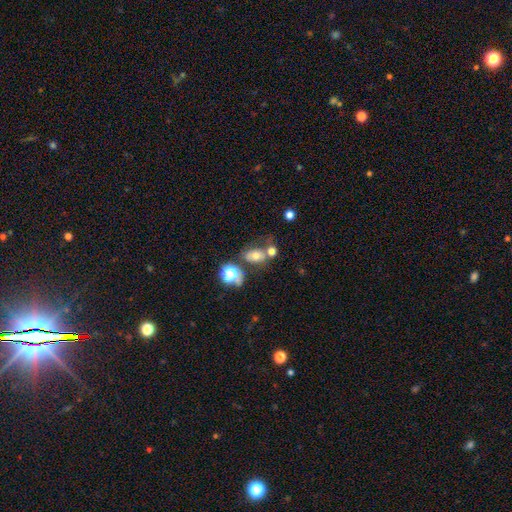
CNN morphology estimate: smooth 62%, featured or disk 21%, star or artifact 17%. Down the decision tree: how rounded — in between (68%); merging — none (45%).